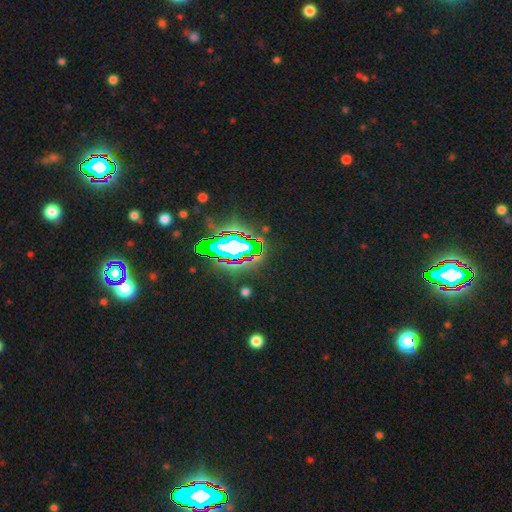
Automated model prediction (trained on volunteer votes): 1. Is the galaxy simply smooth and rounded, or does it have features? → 74% star or artifact, 13% smooth, 13% featured or disk.